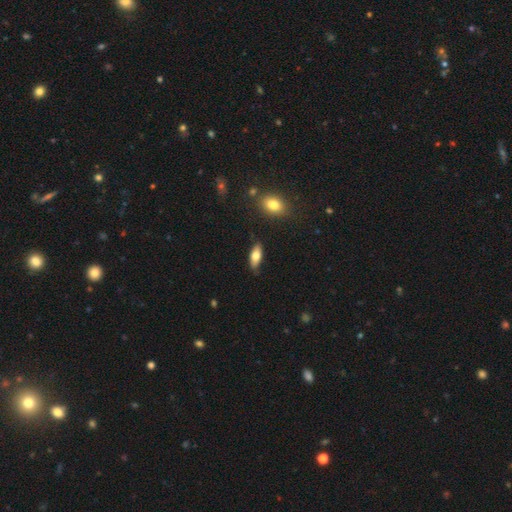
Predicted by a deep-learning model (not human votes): A smooth galaxy with no disk features (72%) that is in between round and cigar-shaped (76%). Merging: none (82%).